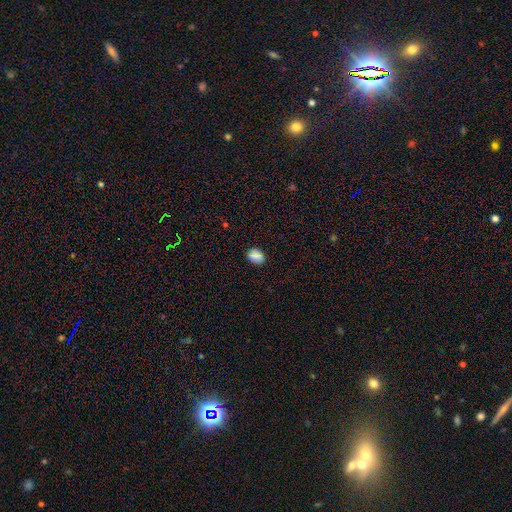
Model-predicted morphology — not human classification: Smooth or featured: smooth — 68% (star or artifact — 25%)
How rounded: in between — 53% (round — 44%)
Merging: none — 88% (minor disturbance — 8%)